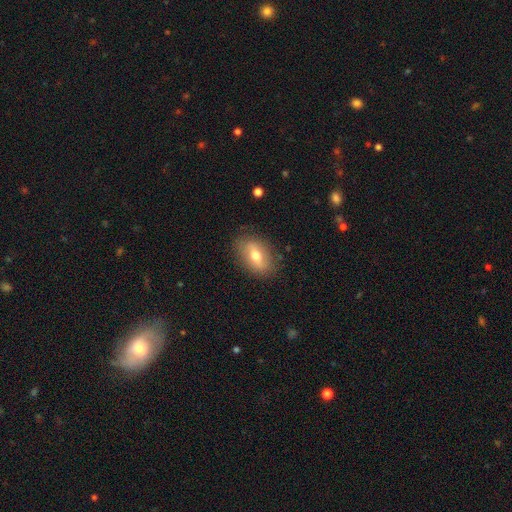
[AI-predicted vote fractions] Q: Smooth or featured?
A: smooth (58%); runner-up: featured or disk (33%)
Q: How rounded?
A: in between (83%); runner-up: round (13%)
Q: Merging?
A: none (83%); runner-up: minor disturbance (13%)